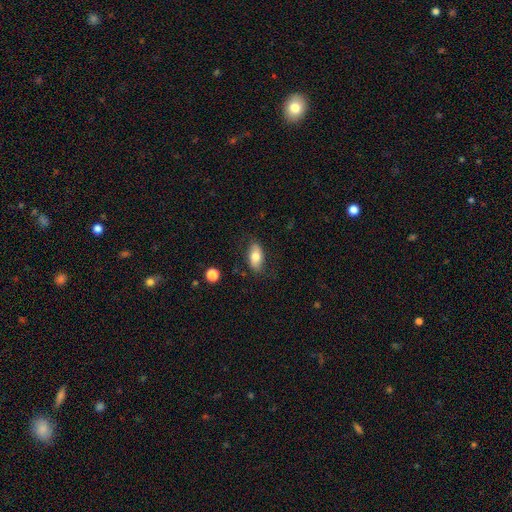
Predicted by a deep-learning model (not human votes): This appears to be a smooth galaxy with no disk features (74%) that is in between round and cigar-shaped (90%). Merging: none (80%).